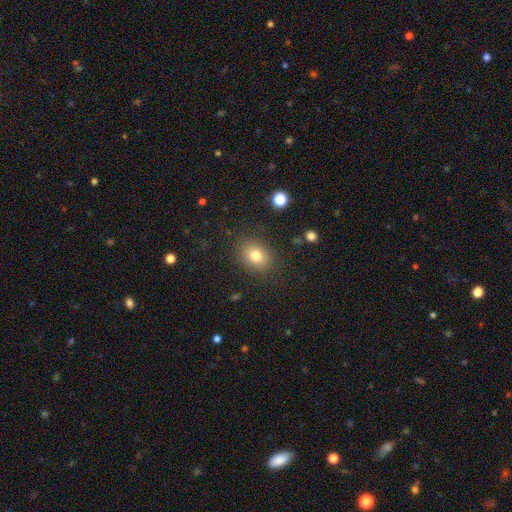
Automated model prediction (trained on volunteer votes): smooth_or_featured: smooth (p=0.79) [alt: star or artifact p=0.12]
how_rounded: in between (p=0.54) [alt: round p=0.45]
merging: none (p=0.85) [alt: minor disturbance p=0.10]